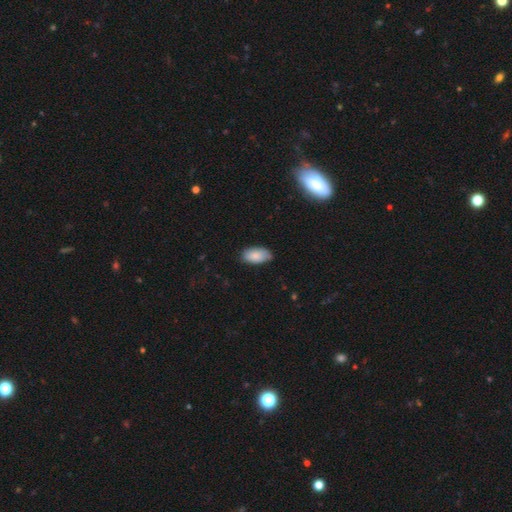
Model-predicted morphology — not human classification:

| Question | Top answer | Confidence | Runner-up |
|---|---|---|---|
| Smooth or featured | smooth | 86% | featured or disk (8%) |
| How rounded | in between | 95% | round (3%) |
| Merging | none | 74% | minor disturbance (21%) |